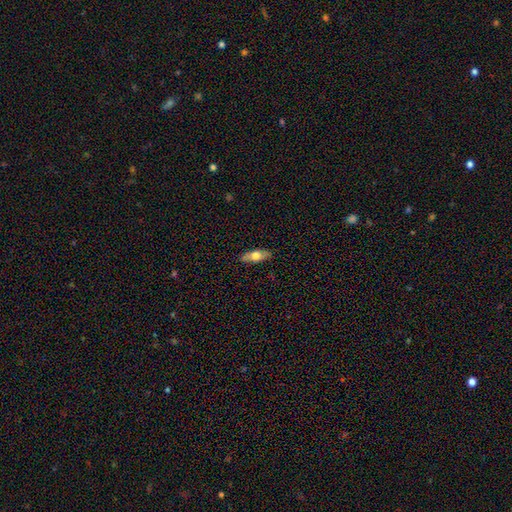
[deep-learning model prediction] A smooth galaxy with no disk features (62%) that is in between round and cigar-shaped (69%). Merging: none (88%).